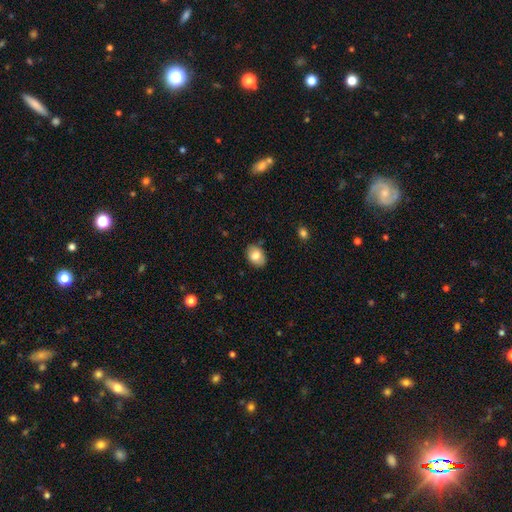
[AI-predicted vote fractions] This appears to be a smooth galaxy with no disk features (79%) that is in between round and cigar-shaped (79%). Merging: none (83%).